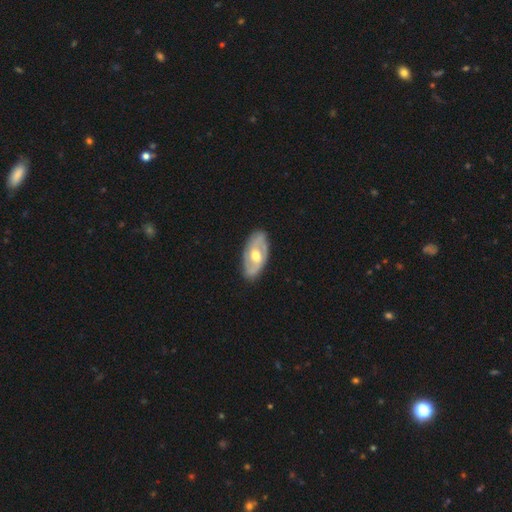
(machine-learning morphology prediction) smooth-or-featured: featured or disk: 69% | smooth: 27% | star or artifact: 5%
  disk-edge-on: no: 91% | yes: 9%
    bar: no: 49% | weak: 39% | strong: 12%
    has-spiral-arms: yes: 72% | no: 28%
    bulge-size: moderate: 77% | small: 11% | large: 11% | none: 1% | dominant: 1%
  merging: none: 84% | minor disturbance: 12% | major disturbance: 3% | merger: 1%